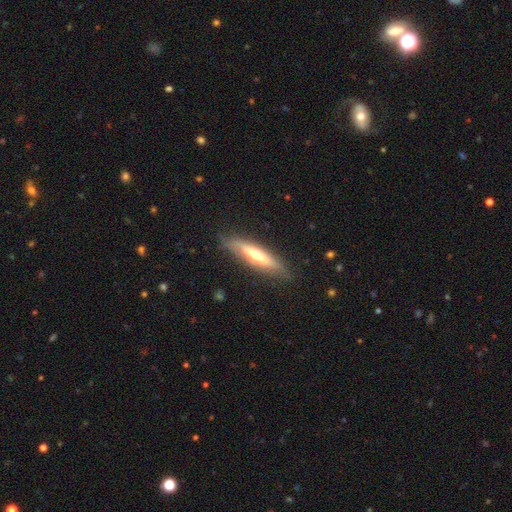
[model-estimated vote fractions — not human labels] featured or disk 55%, smooth 40%, star or artifact 6%. Down the decision tree: edge-on disk — yes (84%); merging — none (80%).